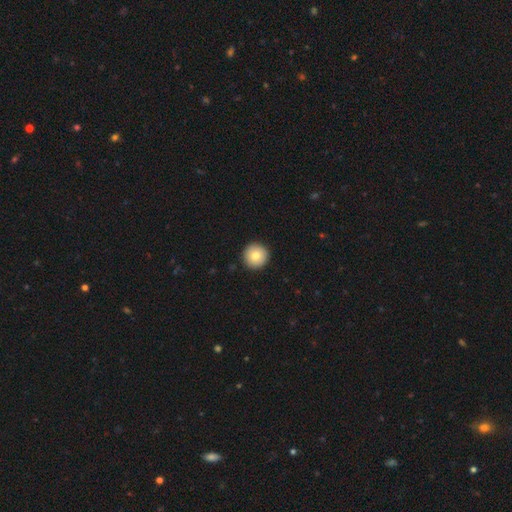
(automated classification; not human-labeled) smooth_or_featured: smooth (p=0.80) [alt: featured or disk p=0.12]
how_rounded: round (p=0.96) [alt: in between p=0.03]
merging: none (p=0.93) [alt: minor disturbance p=0.05]